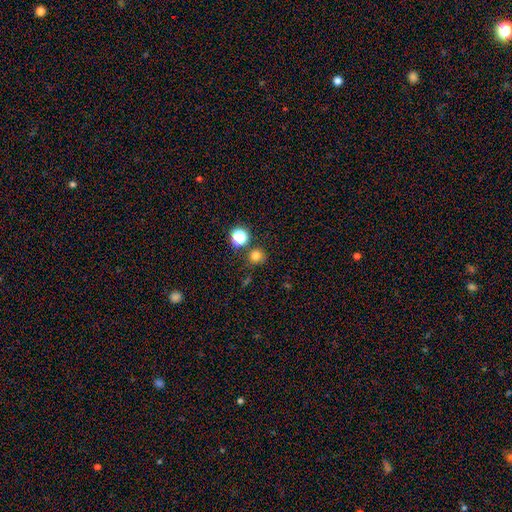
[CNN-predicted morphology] Smooth or featured? smooth (76%)
How rounded? round (91%)
Merging? none (80%)